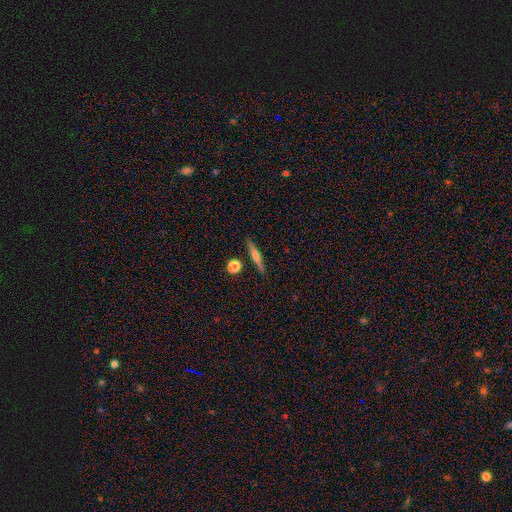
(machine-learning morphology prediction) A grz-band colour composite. It shows a featured or disk galaxy (49%). Merging: none (87%).